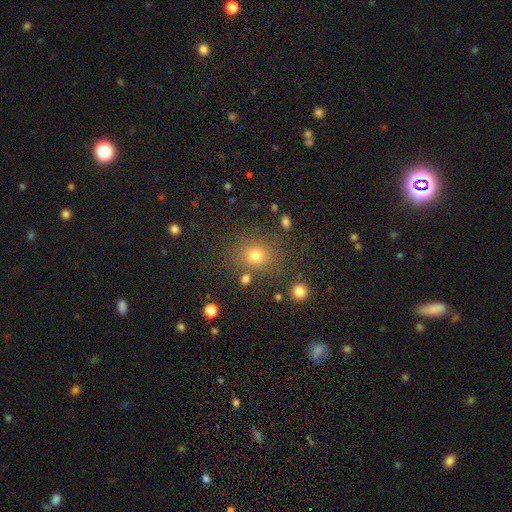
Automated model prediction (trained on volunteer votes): A smooth galaxy with no disk features (73%) that is round (74%).

Vote fractions:
- Smooth or featured? smooth: 73% / star or artifact: 18% / featured or disk: 9%
- How rounded? round: 74% / in between: 25% / cigar-shaped: 1%
- Merging? none: 79% / minor disturbance: 11% / merger: 5% / major disturbance: 5%